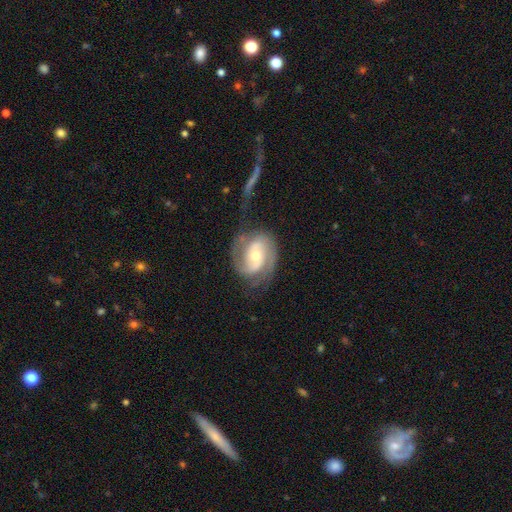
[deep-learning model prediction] Smooth or featured: featured or disk — 86% (smooth — 9%)
Edge-on disk: no — 97% (yes — 3%)
Bar: no — 42% (weak — 41%)
Spiral arms: yes — 96% (no — 4%)
Spiral winding: medium — 45% (tight — 41%)
Spiral arm count: 2 — 82% (can't tell — 7%)
Bulge size: moderate — 56% (small — 37%)
Merging: none — 63% (minor disturbance — 20%)